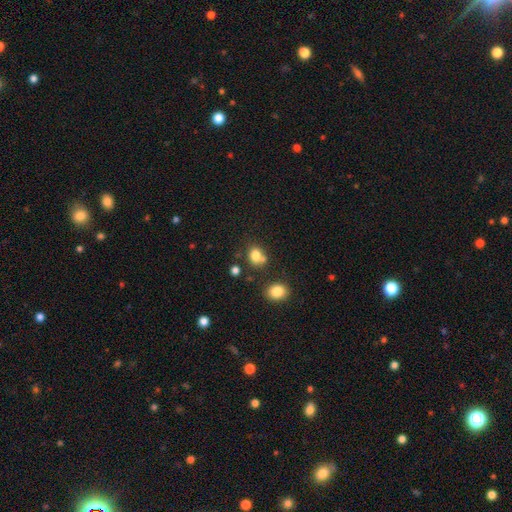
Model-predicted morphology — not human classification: Smooth or featured? smooth (79%)
How rounded? round (60%)
Merging? none (56%)